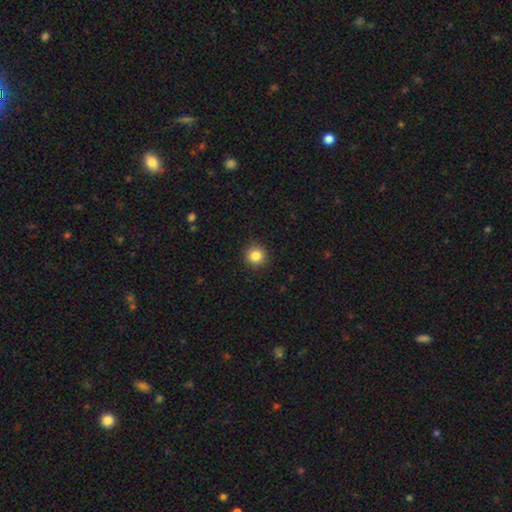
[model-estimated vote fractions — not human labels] This appears to be a smooth galaxy with no disk features (85%) that is round (94%). Merging: none (91%).